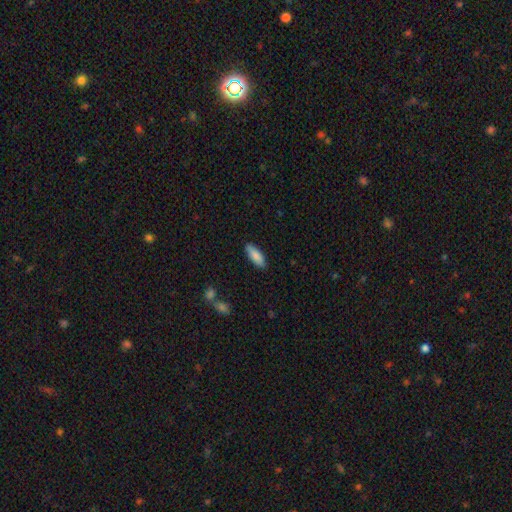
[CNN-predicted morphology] A smooth galaxy with no disk features (87%) that is in between round and cigar-shaped (70%).

Vote fractions:
- Smooth or featured? smooth: 87% / featured or disk: 8% / star or artifact: 6%
- How rounded? in between: 70% / cigar-shaped: 29% / round: 2%
- Merging? none: 86% / minor disturbance: 11% / major disturbance: 2% / merger: 1%